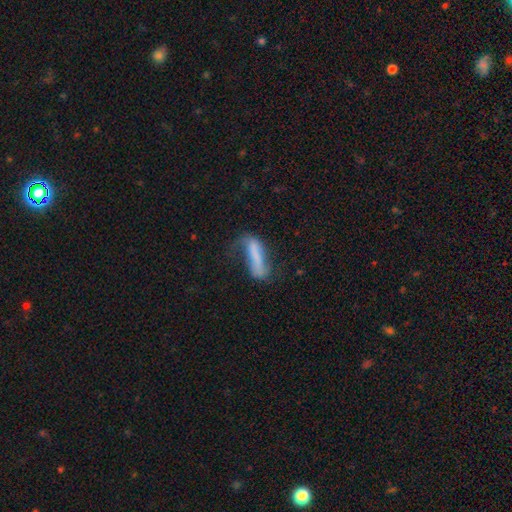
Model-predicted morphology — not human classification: Overall: smooth (60%; featured or disk 31%). How rounded: cigar-shaped (70%). Merging: none (35%; major disturbance 33%).